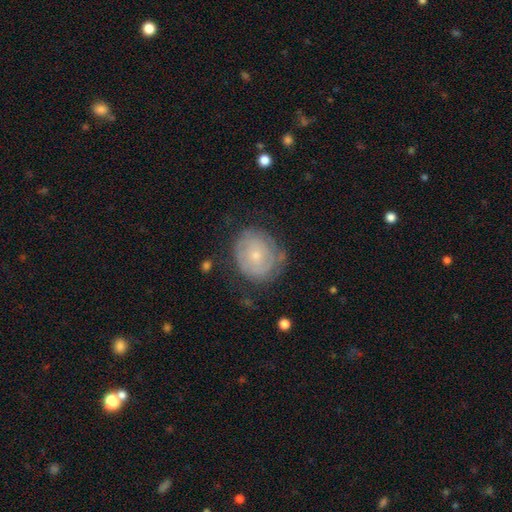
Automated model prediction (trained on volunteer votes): Q: Smooth or featured?
A: featured or disk (60%); runner-up: smooth (33%)
Q: Edge-on disk?
A: no (97%); runner-up: yes (3%)
Q: Bar?
A: no (83%); runner-up: weak (15%)
Q: Spiral arms?
A: yes (73%); runner-up: no (27%)
Q: Bulge size?
A: small (72%); runner-up: moderate (23%)
Q: Merging?
A: none (67%); runner-up: minor disturbance (22%)